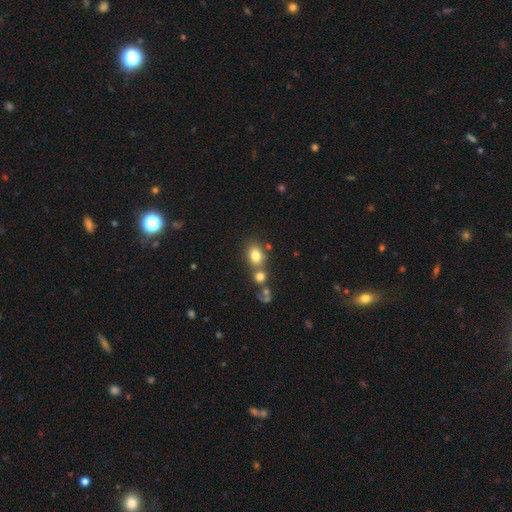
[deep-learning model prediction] A smooth galaxy with no disk features (78%) that is in between round and cigar-shaped (53%). Merging: none (54%).